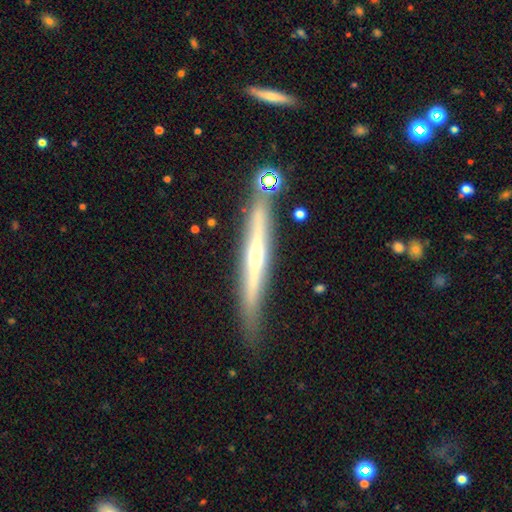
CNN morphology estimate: This is likely a featured or disk galaxy (72%). It is clearly viewed edge-on (96%). Edge-on bulge: likely rounded (70%). Merging: clearly none (82%).